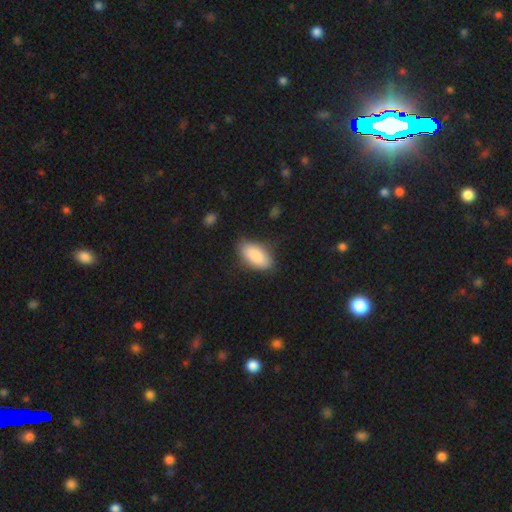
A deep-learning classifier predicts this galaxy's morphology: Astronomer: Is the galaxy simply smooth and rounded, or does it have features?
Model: smooth — 88%.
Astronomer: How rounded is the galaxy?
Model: in between — 93%.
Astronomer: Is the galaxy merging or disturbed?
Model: none — 78%.